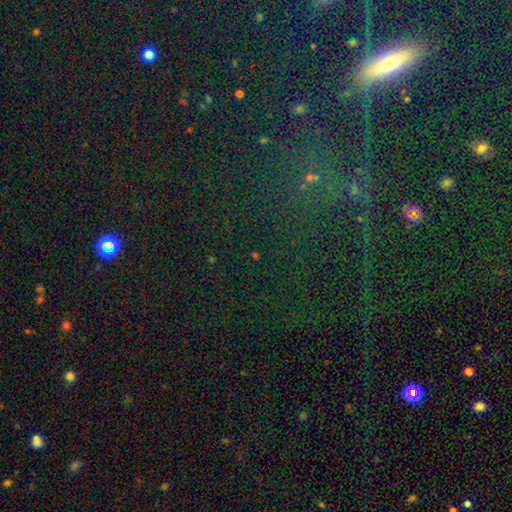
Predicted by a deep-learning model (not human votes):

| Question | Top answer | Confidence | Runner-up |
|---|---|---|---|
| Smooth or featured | star or artifact | 73% | smooth (17%) |